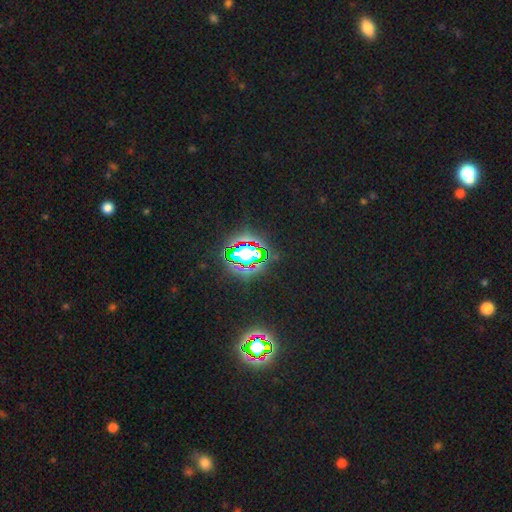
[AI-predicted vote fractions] smooth_or_featured: star or artifact (p=0.81) [alt: smooth p=0.12]